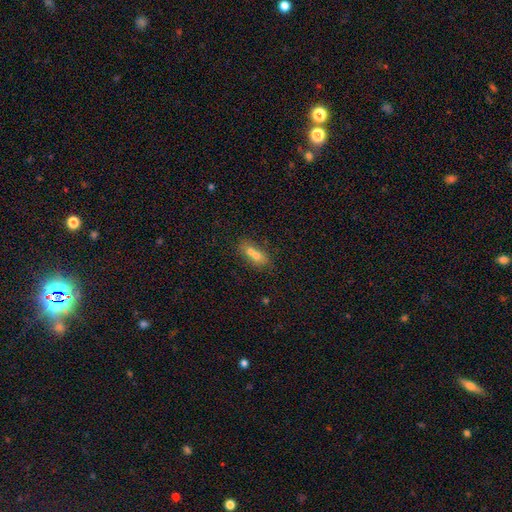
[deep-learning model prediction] A smooth galaxy with no disk features (64%) that is in between round and cigar-shaped (69%).

Vote fractions:
- Smooth or featured? smooth: 64% / featured or disk: 23% / star or artifact: 12%
- How rounded? in between: 69% / round: 23% / cigar-shaped: 8%
- Merging? merger: 61% / none: 28% / minor disturbance: 8% / major disturbance: 4%